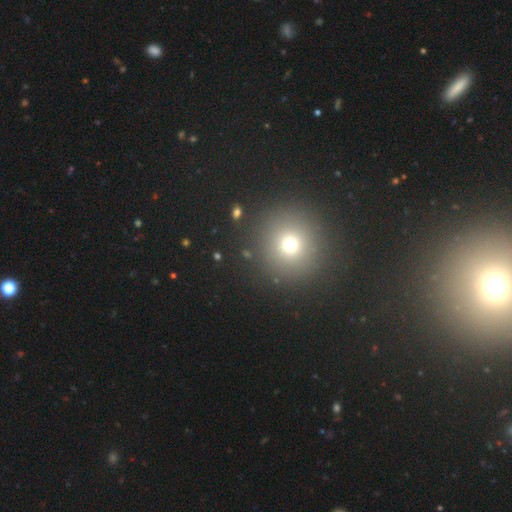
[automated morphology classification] Smooth or featured? Predicted: smooth (p=0.56). How rounded? Predicted: round (p=0.94). Merging? Predicted: none (p=0.91).